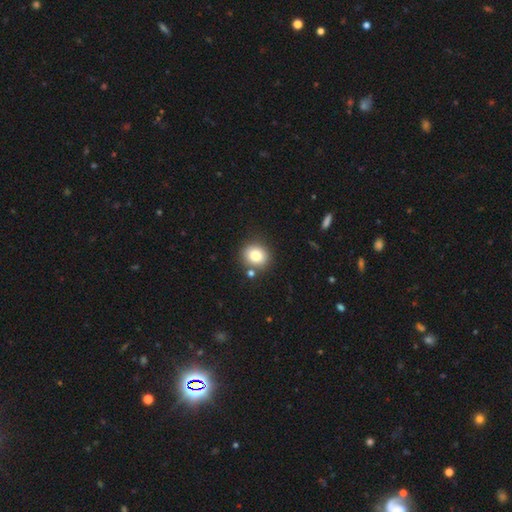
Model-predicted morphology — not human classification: smooth 81%, star or artifact 11%, featured or disk 9%. Down the decision tree: how rounded — round (78%); merging — none (79%).